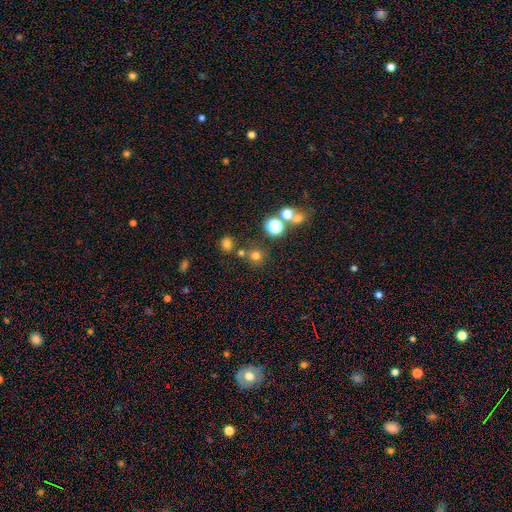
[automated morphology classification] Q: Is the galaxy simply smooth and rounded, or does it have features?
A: smooth — 69%.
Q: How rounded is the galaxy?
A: round — 90%.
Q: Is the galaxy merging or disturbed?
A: none — 73%.